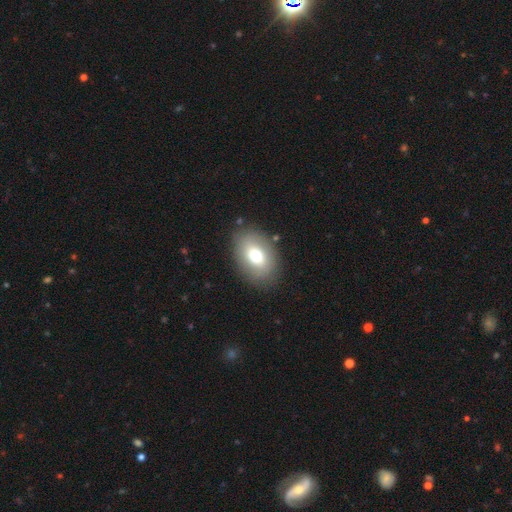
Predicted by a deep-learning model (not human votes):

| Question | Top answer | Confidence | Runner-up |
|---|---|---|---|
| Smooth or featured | smooth | 70% | featured or disk (21%) |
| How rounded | in between | 82% | round (17%) |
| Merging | none | 84% | minor disturbance (10%) |